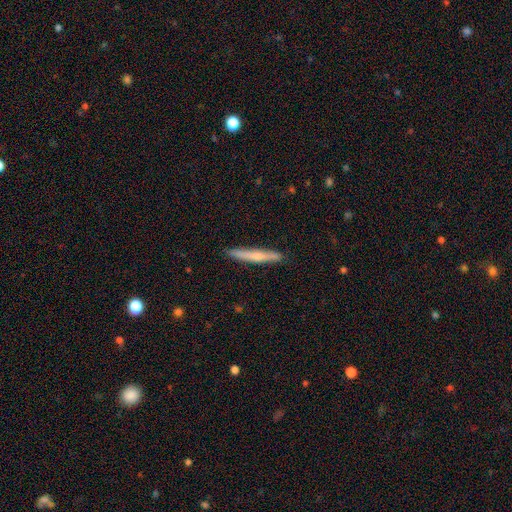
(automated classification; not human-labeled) Overall: smooth (58%; featured or disk 36%). How rounded: cigar-shaped (96%). Merging: none (89%).